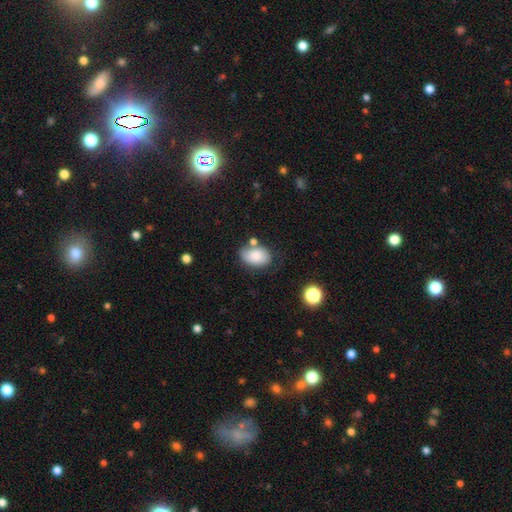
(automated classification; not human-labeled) smooth_or_featured: smooth (p=0.83) [alt: featured or disk p=0.09]
how_rounded: in between (p=0.85) [alt: round p=0.14]
merging: none (p=0.60) [alt: minor disturbance p=0.22]